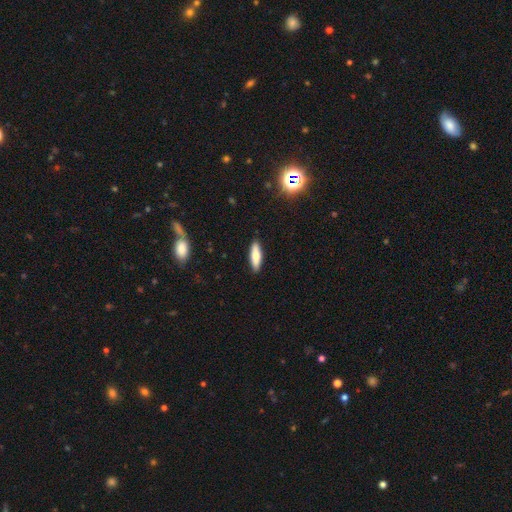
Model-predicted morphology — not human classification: This appears to be a smooth galaxy with no disk features (73%) that is cigar-shaped (58%). Merging: none (89%).